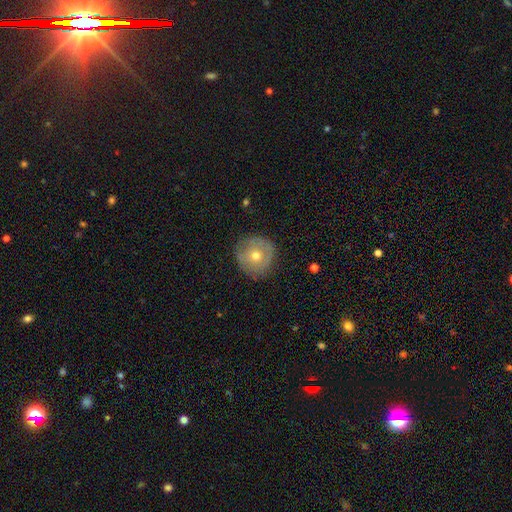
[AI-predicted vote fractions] This is possibly a smooth galaxy (53%). How rounded: clearly round (94%). Merging: clearly none (81%).